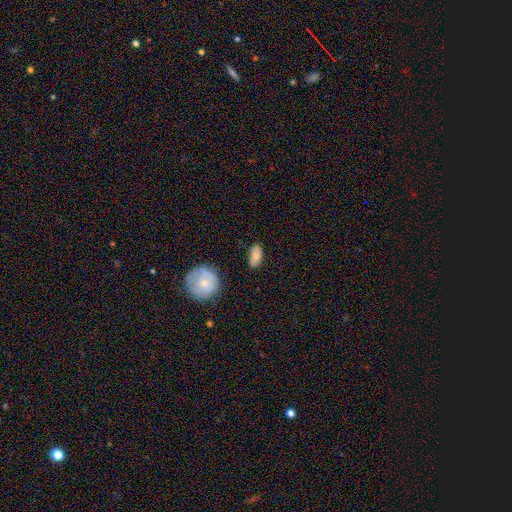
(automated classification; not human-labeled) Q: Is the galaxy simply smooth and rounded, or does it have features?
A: smooth — 80%.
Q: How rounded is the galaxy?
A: in between — 83%.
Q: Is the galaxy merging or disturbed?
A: none — 69%.